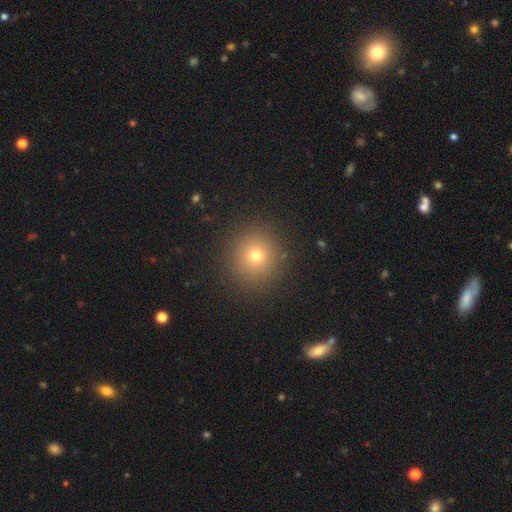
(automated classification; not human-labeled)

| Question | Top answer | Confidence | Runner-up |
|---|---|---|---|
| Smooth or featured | smooth | 71% | star or artifact (19%) |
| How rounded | round | 92% | in between (7%) |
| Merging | none | 89% | minor disturbance (6%) |